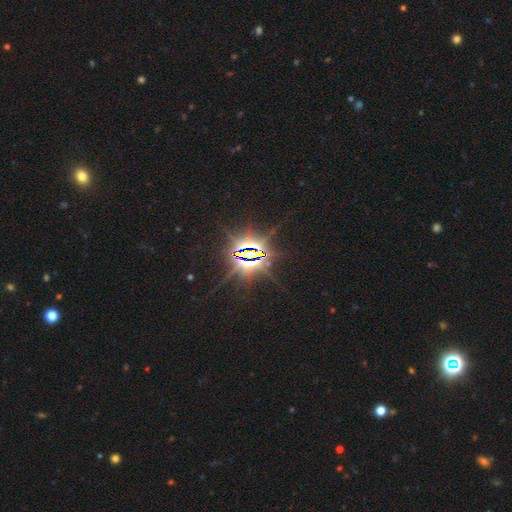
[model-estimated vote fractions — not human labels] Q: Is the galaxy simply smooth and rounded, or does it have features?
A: star or artifact — 87%.